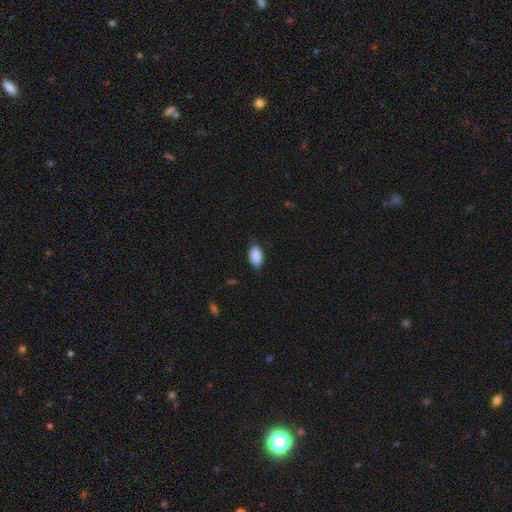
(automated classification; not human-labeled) smooth-or-featured: smooth: 89% | star or artifact: 7% | featured or disk: 5%
  how-rounded: in between: 92% | round: 4% | cigar-shaped: 3%
  merging: none: 76% | minor disturbance: 20% | major disturbance: 3% | merger: 1%